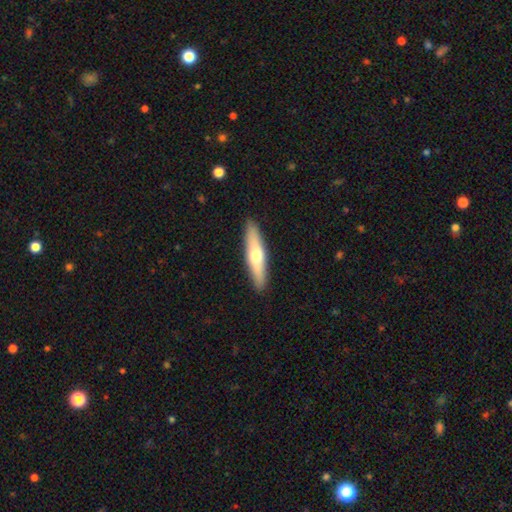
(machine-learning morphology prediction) smooth-or-featured: smooth: 53% | featured or disk: 42% | star or artifact: 5%
  how-rounded: cigar-shaped: 77% | in between: 21% | round: 2%
  merging: none: 90% | minor disturbance: 7% | major disturbance: 2% | merger: 1%